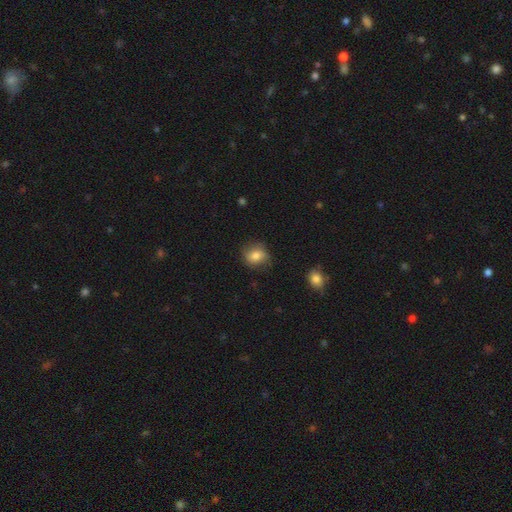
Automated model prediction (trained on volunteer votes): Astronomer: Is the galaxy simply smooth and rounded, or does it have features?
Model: smooth — 71%.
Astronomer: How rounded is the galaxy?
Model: round — 70%.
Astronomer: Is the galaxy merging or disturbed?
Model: none — 74%.